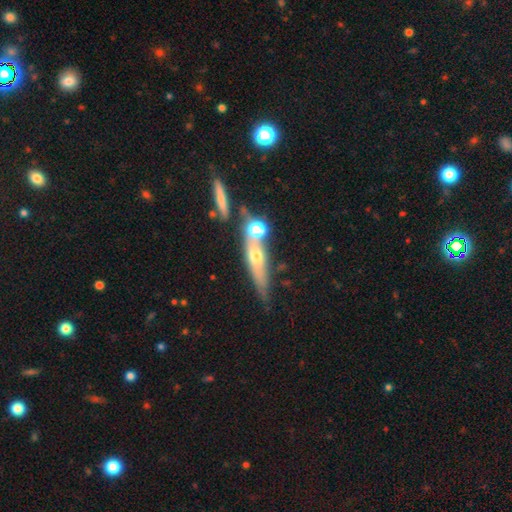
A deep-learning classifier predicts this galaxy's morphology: smooth-or-featured: featured or disk: 50% | smooth: 40% | star or artifact: 11%
  merging: none: 46% | merger: 34% | minor disturbance: 13% | major disturbance: 7%